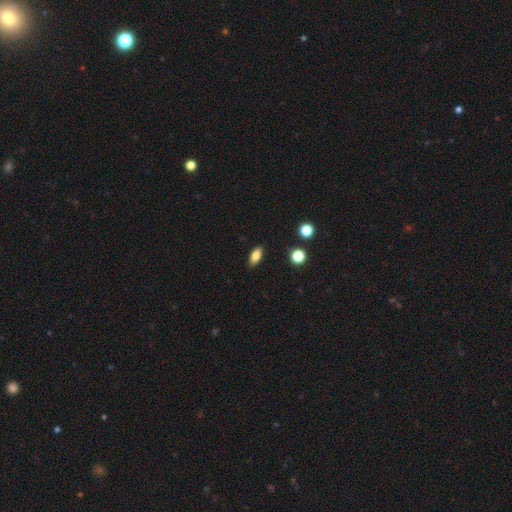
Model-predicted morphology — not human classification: A smooth galaxy with no disk features (81%) that is in between round and cigar-shaped (86%). Merging: none (87%).